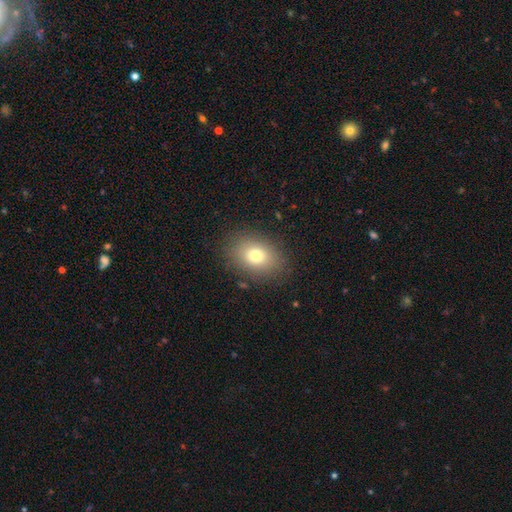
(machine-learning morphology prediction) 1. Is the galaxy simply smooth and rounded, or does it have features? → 75% smooth, 12% featured or disk, 12% star or artifact.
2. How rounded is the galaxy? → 67% in between, 31% round, 1% cigar-shaped.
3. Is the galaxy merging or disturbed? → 85% none, 10% minor disturbance, 4% major disturbance, 1% merger.